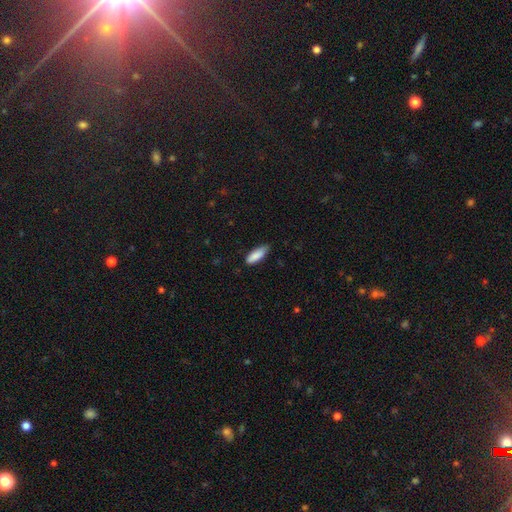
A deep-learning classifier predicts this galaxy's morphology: Smooth or featured? Predicted: smooth (p=0.87). How rounded? Predicted: in between (p=0.65). Merging? Predicted: none (p=0.68).